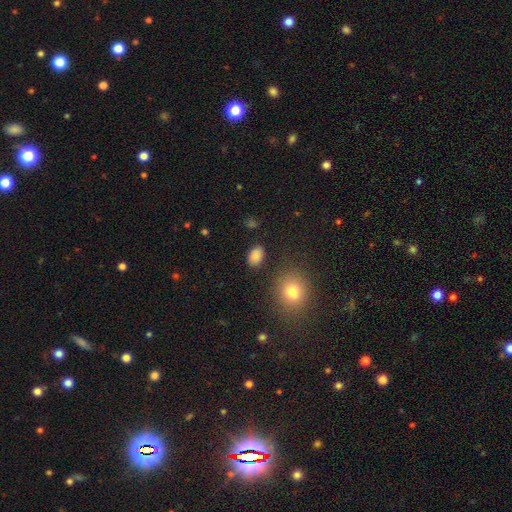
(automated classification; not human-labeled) Smooth or featured: smooth — 86% (star or artifact — 10%)
How rounded: in between — 84% (round — 15%)
Merging: none — 85% (minor disturbance — 10%)